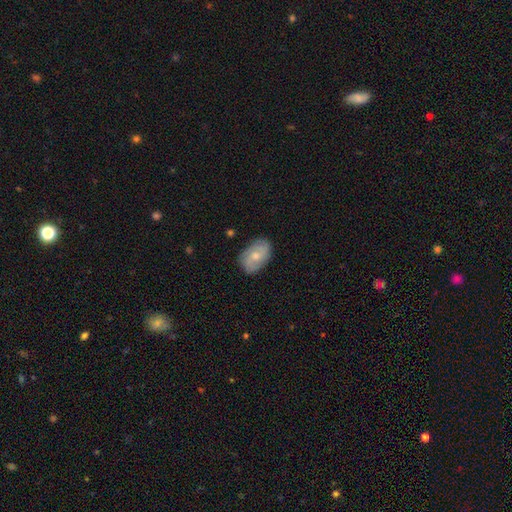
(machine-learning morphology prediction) featured or disk 47%, smooth 46%, star or artifact 7%. Down the decision tree: merging — none (80%).